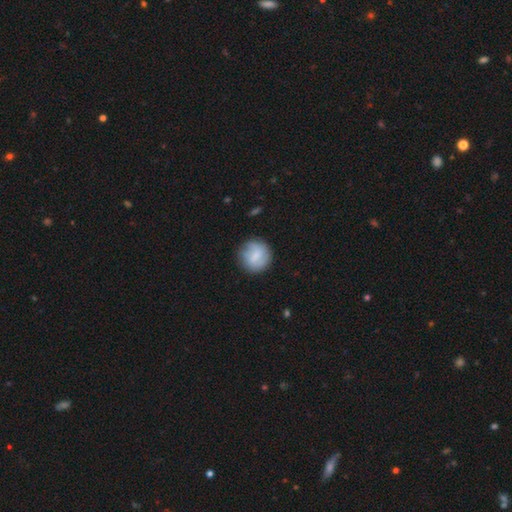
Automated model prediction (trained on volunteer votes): Smooth or featured? smooth (65%)
How rounded? round (90%)
Merging? none (81%)